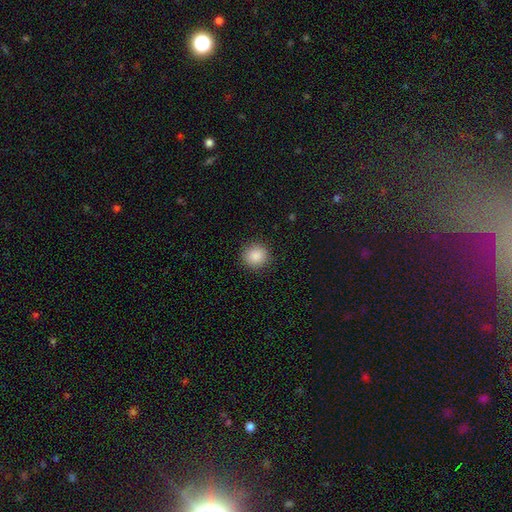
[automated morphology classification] Smooth or featured?
  - smooth: 88% *
  - star or artifact: 9%
  - featured or disk: 3%
How rounded?
  - round: 91% *
  - in between: 8%
  - cigar-shaped: 1%
Merging?
  - none: 91% *
  - minor disturbance: 6%
  - major disturbance: 2%
  - merger: 1%